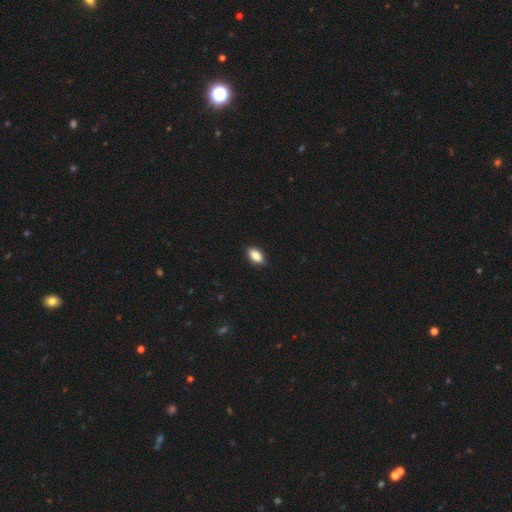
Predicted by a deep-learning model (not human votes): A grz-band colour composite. It shows a smooth galaxy with no disk features (86%) that is in between round and cigar-shaped (90%). Merging: none (88%).